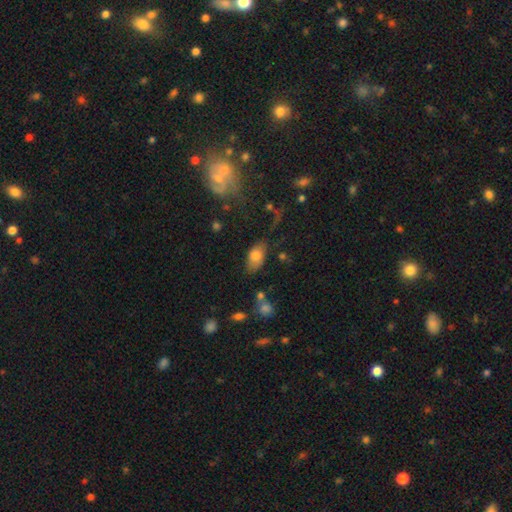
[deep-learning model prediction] Smooth or featured: smooth — 76% (featured or disk — 15%)
How rounded: in between — 92% (round — 5%)
Merging: none — 60% (minor disturbance — 25%)